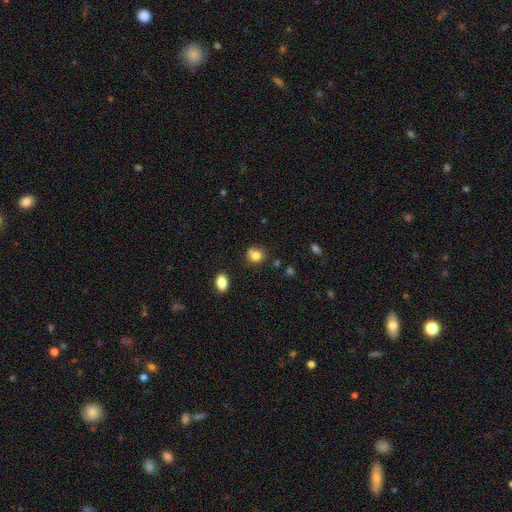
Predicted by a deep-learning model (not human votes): Smooth or featured?
  - smooth: 80% *
  - star or artifact: 12%
  - featured or disk: 8%
How rounded?
  - round: 72% *
  - in between: 27%
  - cigar-shaped: 1%
Merging?
  - none: 59% *
  - minor disturbance: 19%
  - merger: 16%
  - major disturbance: 6%